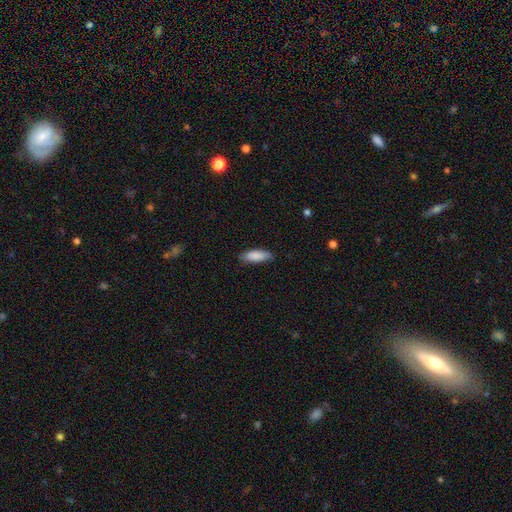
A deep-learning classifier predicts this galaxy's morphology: A smooth galaxy with no disk features (87%) that is in between round and cigar-shaped (62%). Merging: none (80%).